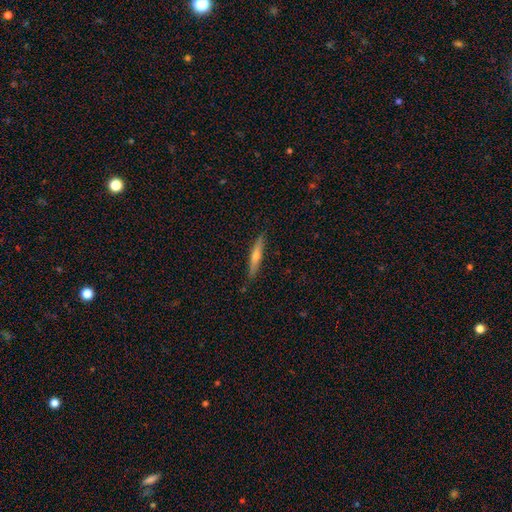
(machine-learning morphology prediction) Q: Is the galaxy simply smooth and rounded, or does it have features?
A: featured or disk — 55%.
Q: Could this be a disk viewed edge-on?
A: yes — 96%.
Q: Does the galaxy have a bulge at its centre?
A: rounded — 81%.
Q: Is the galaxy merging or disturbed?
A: none — 89%.